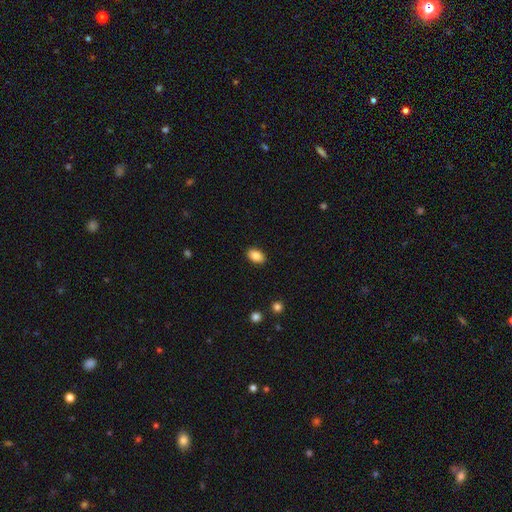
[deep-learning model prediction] Smooth or featured? smooth (87%)
How rounded? in between (87%)
Merging? none (89%)